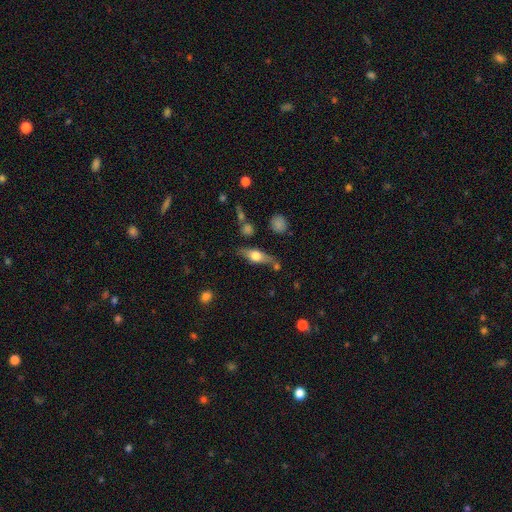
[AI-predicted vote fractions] Smooth or featured: featured or disk — 48% (smooth — 45%)
Merging: none — 70% (minor disturbance — 17%)